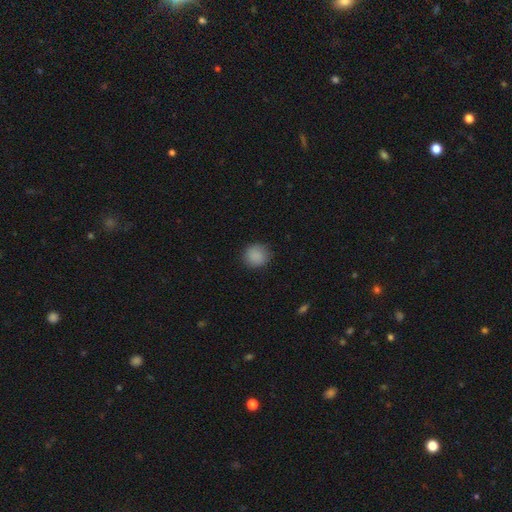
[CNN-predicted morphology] Overall: smooth (88%). How rounded: round (88%). Merging: none (87%).